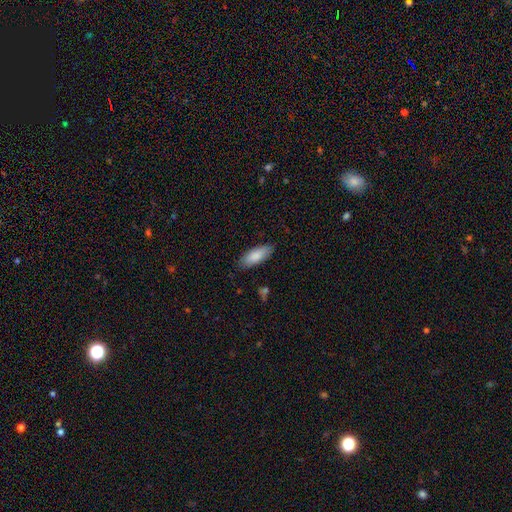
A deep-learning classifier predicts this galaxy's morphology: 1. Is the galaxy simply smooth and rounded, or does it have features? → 86% smooth, 8% featured or disk, 6% star or artifact.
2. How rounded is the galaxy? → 71% in between, 27% cigar-shaped, 2% round.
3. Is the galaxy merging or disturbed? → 85% none, 12% minor disturbance, 2% major disturbance, 1% merger.